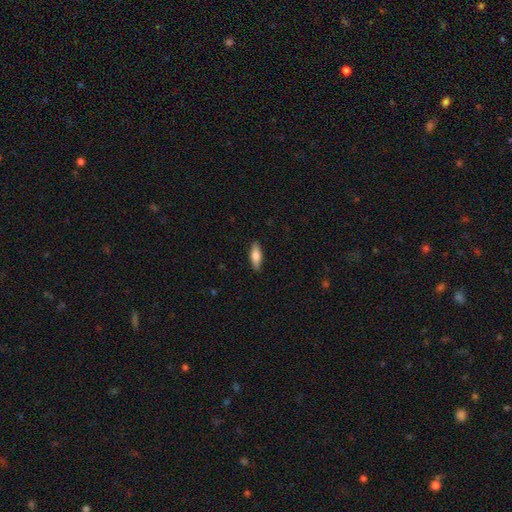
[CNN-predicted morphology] smooth-or-featured: smooth: 66% | featured or disk: 28% | star or artifact: 6%
  how-rounded: in between: 55% | cigar-shaped: 42% | round: 3%
  merging: none: 88% | minor disturbance: 9% | major disturbance: 2% | merger: 1%